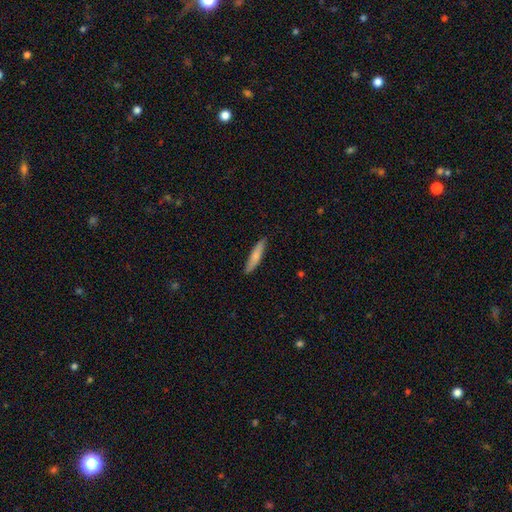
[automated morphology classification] Smooth or featured? Predicted: smooth (p=0.75). How rounded? Predicted: cigar-shaped (p=0.87). Merging? Predicted: none (p=0.88).